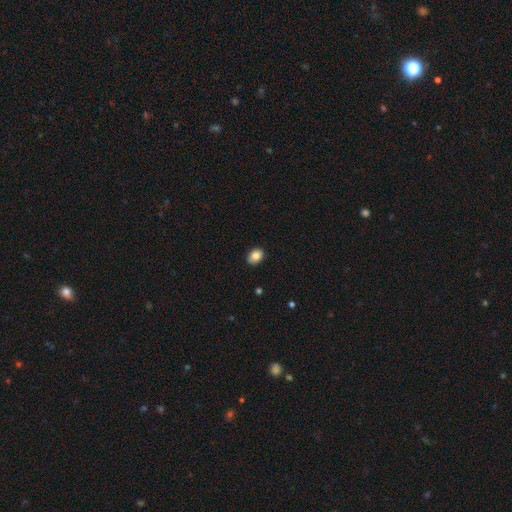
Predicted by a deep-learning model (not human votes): Q: Smooth or featured?
A: smooth (86%); runner-up: star or artifact (8%)
Q: How rounded?
A: in between (75%); runner-up: round (24%)
Q: Merging?
A: none (85%); runner-up: minor disturbance (12%)